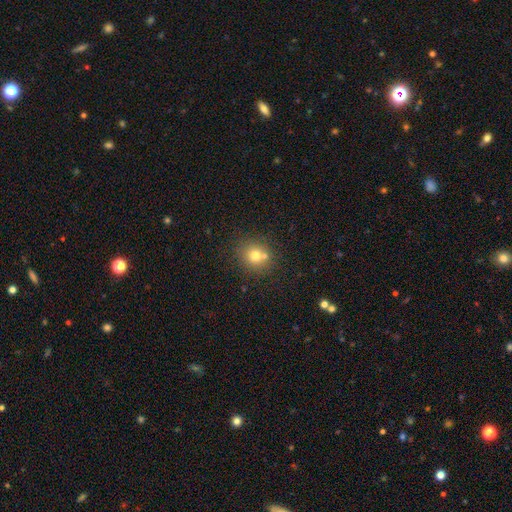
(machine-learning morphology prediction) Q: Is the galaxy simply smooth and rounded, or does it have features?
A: smooth — 73%.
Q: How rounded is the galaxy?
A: round — 84%.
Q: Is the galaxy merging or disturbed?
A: none — 64%.